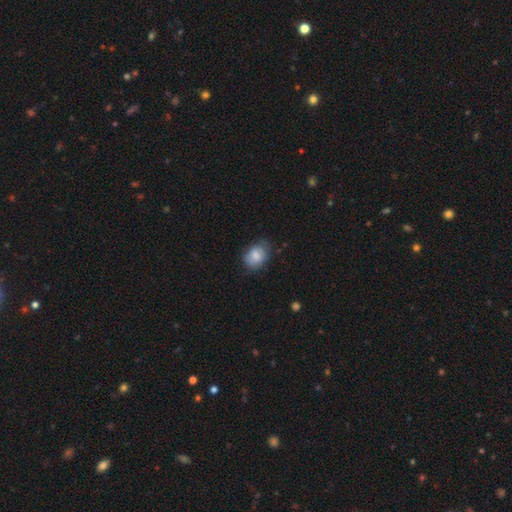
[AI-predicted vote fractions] Morphology: type=smooth (81%); roundness=in between (71%); merging=none (68%).